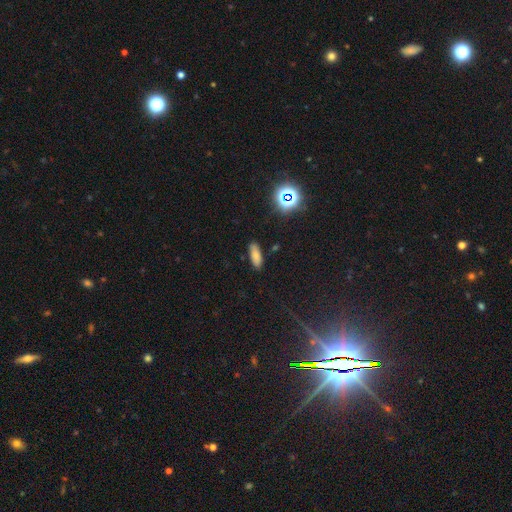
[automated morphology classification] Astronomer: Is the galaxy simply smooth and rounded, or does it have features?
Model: smooth — 76%.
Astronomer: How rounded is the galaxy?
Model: in between — 71%.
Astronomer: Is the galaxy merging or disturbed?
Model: none — 85%.